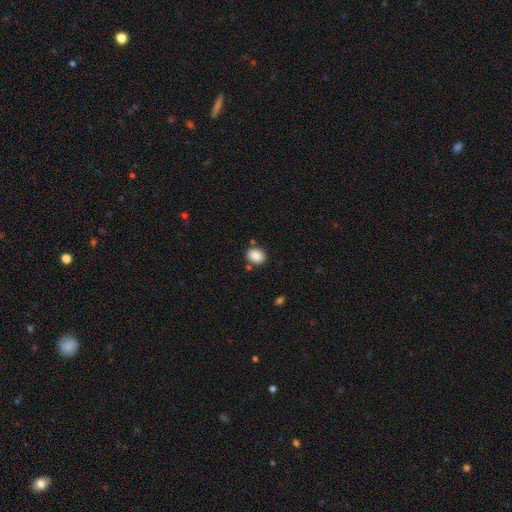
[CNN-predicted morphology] Smooth or featured: smooth — 88% (star or artifact — 8%)
How rounded: in between — 62% (round — 37%)
Merging: none — 79% (minor disturbance — 12%)